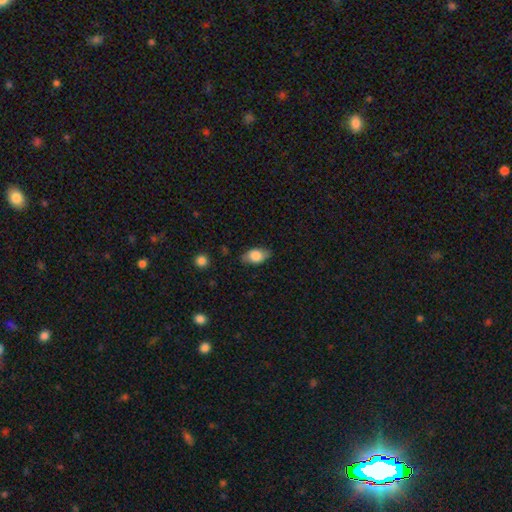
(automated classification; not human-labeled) The model was most divided on "merging": none: 78%, minor disturbance: 17%, major disturbance: 4%, merger: 1%. More confident: how rounded — in between (87%); smooth or featured — smooth (78%).